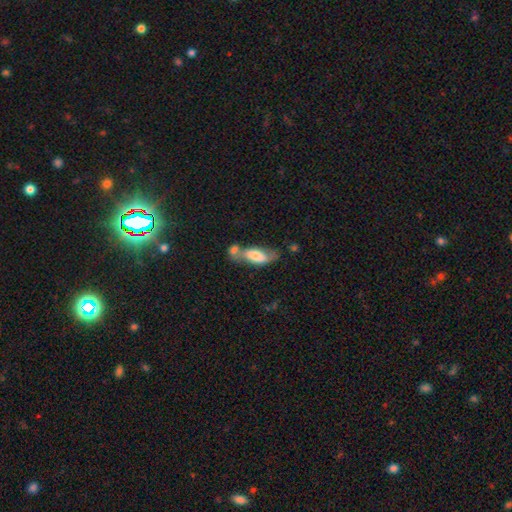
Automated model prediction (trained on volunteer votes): Morphology: type=smooth (68%); roundness=in between (78%); merging=merger (43%).